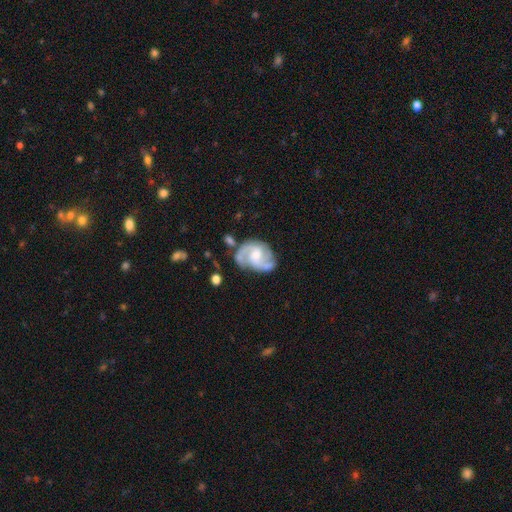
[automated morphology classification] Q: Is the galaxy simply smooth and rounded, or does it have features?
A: featured or disk — 86%.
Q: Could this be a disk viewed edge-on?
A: no — 98%.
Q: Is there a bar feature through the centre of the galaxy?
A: no — 49%.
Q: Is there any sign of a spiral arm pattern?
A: yes — 96%.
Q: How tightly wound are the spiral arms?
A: medium — 53%.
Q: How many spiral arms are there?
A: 2 — 66%.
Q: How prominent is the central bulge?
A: moderate — 46%.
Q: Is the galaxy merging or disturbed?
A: none — 64%.